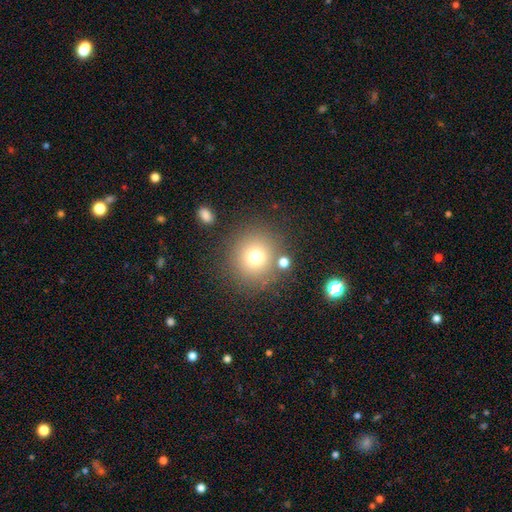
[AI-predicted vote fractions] Smooth or featured: smooth — 70% (star or artifact — 20%)
How rounded: round — 92% (in between — 7%)
Merging: none — 84% (minor disturbance — 8%)